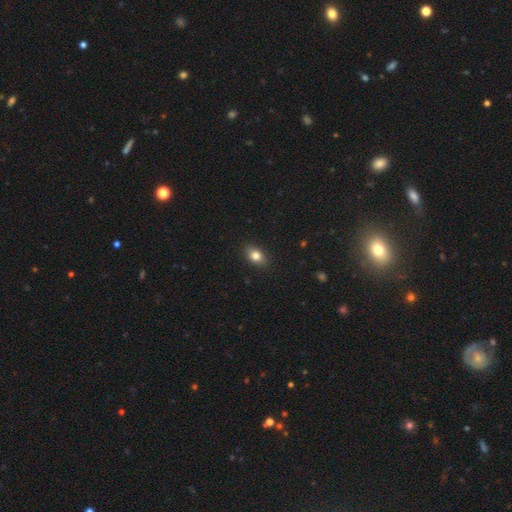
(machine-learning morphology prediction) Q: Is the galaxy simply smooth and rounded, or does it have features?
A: smooth — 81%.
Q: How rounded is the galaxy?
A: in between — 78%.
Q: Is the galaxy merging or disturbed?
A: none — 88%.